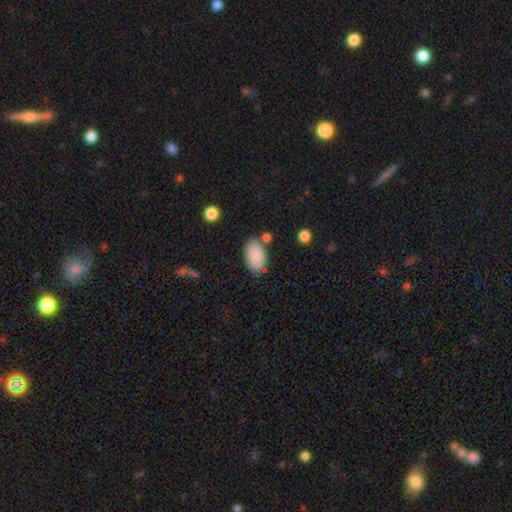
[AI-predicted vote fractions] Smooth or featured: smooth — 88% (star or artifact — 7%)
How rounded: in between — 93% (round — 5%)
Merging: none — 76% (minor disturbance — 13%)